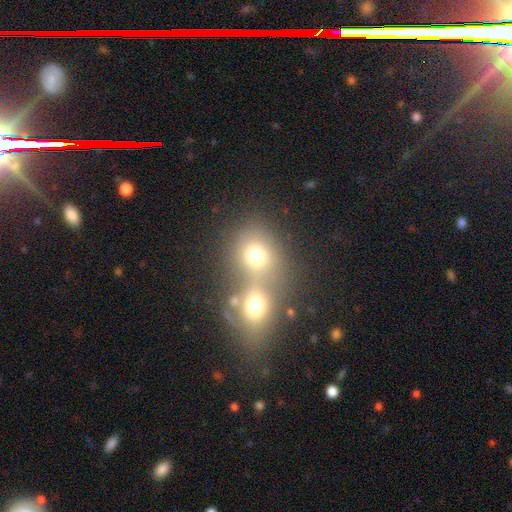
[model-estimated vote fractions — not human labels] smooth_or_featured: smooth (p=0.71) [alt: featured or disk p=0.15]
how_rounded: round (p=0.66) [alt: in between p=0.33]
merging: merger (p=0.62) [alt: none p=0.28]